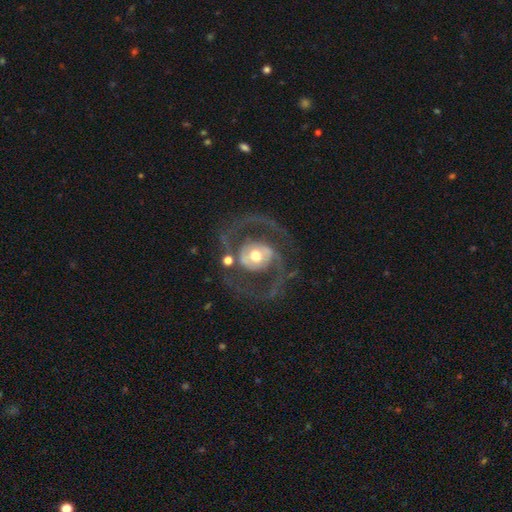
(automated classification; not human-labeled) This appears to be a featured or disk galaxy (82%) with no bar (60%), 2 (79%) medium (52%) spiral arms (82%) and a moderate central bulge (66%). Merging: none (63%).